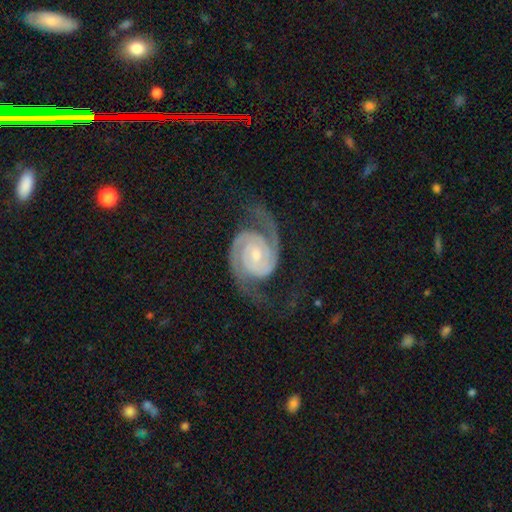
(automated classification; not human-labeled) The model was most divided on "spiral winding": tight: 51%, medium: 39%, loose: 10%. More confident: spiral arms — yes (99%); edge-on disk — no (98%); smooth or featured — featured or disk (93%); spiral arm count — 2 (93%); merging — none (73%); bar — no (63%); bulge size — small (57%).